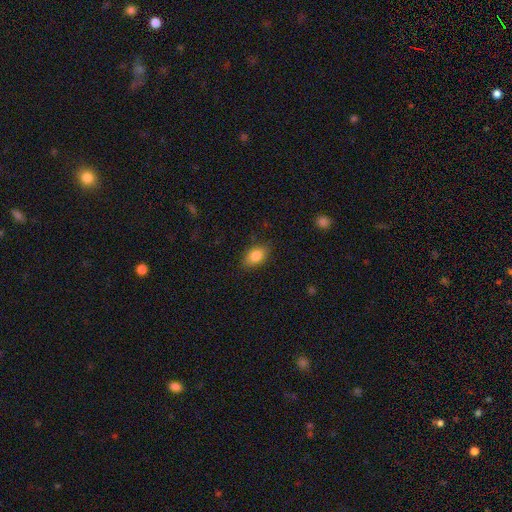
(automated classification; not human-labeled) This is clearly a smooth galaxy (84%). How rounded: clearly in between (84%). Merging: clearly none (84%).